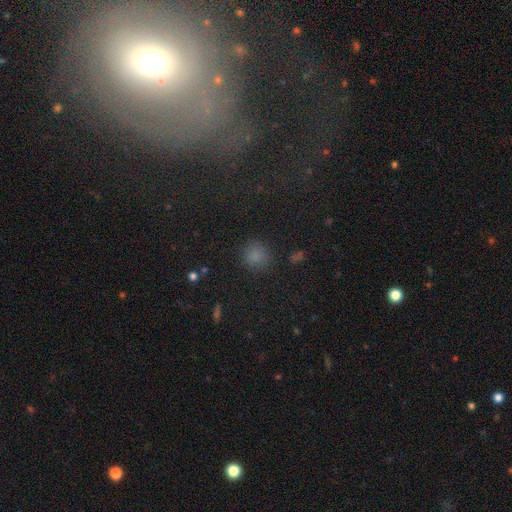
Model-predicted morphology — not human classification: Smooth or featured: smooth — 77% (star or artifact — 18%)
How rounded: round — 91% (in between — 8%)
Merging: none — 86% (minor disturbance — 9%)